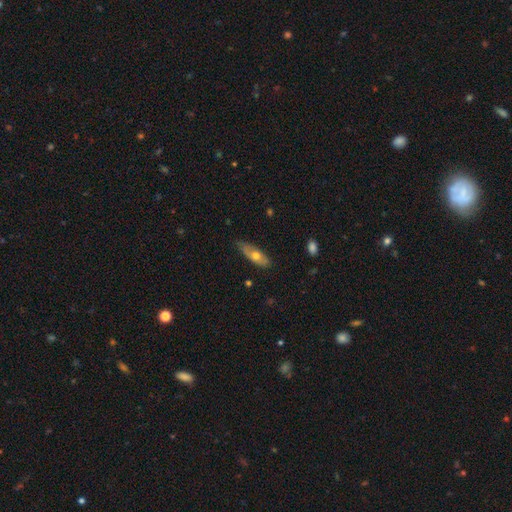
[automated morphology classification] smooth 54%, featured or disk 40%, star or artifact 6%. Down the decision tree: how rounded — in between (65%); merging — none (72%).